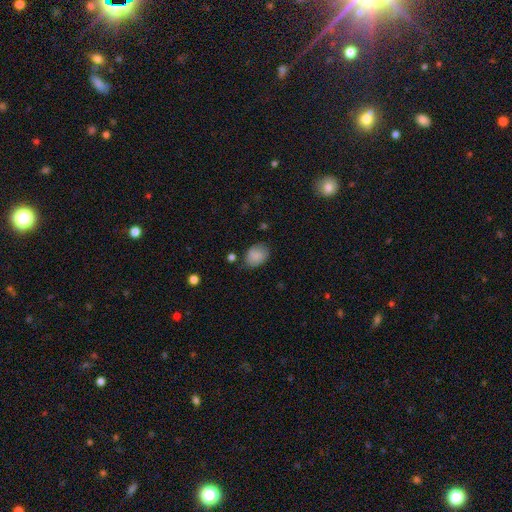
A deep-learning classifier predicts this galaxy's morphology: smooth_or_featured: smooth (p=0.86) [alt: star or artifact p=0.08]
how_rounded: in between (p=0.70) [alt: round p=0.29]
merging: none (p=0.73) [alt: minor disturbance p=0.20]